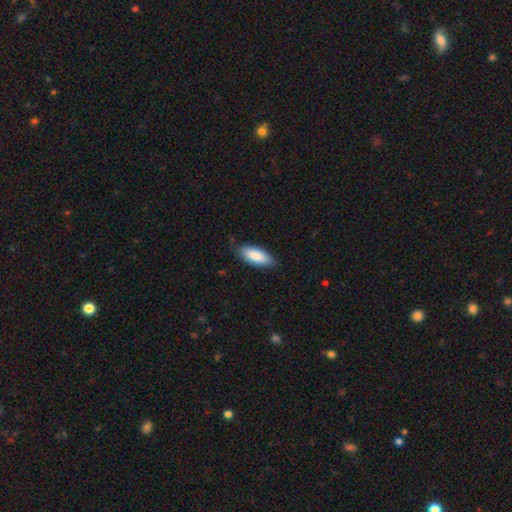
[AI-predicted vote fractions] Morphology: type=smooth (85%); roundness=in between (79%); merging=none (76%).